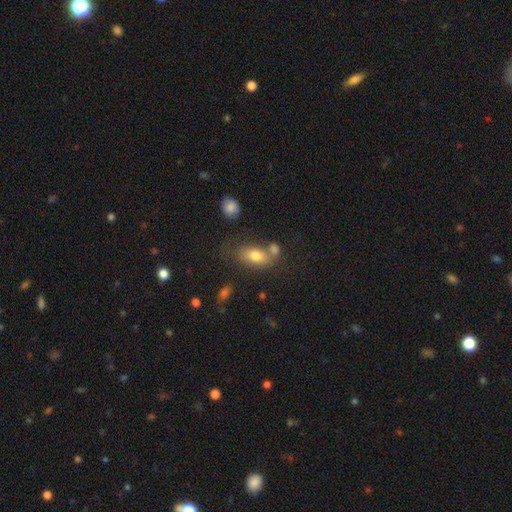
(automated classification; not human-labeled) smooth 75%, featured or disk 15%, star or artifact 9%. Down the decision tree: how rounded — in between (87%); merging — none (46%).